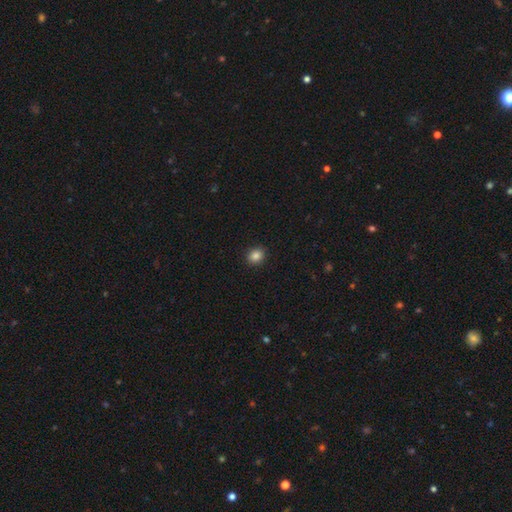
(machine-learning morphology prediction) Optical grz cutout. It shows a smooth galaxy with no disk features (86%) that is round (64%). Merging: none (91%).